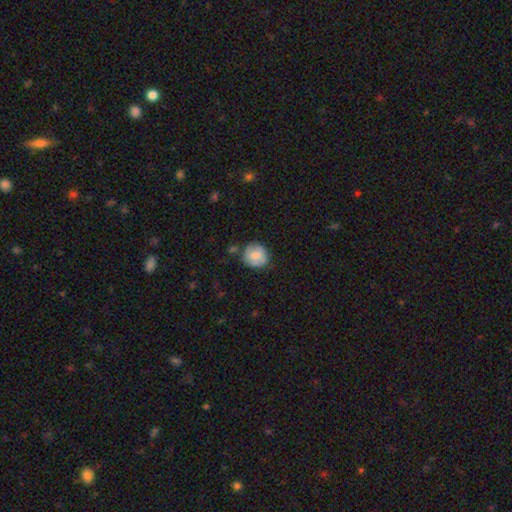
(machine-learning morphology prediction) A smooth galaxy with no disk features (72%) that is round (86%).

Vote fractions:
- Smooth or featured? smooth: 72% / featured or disk: 20% / star or artifact: 8%
- How rounded? round: 86% / in between: 13% / cigar-shaped: 1%
- Merging? none: 71% / minor disturbance: 20% / major disturbance: 5% / merger: 4%